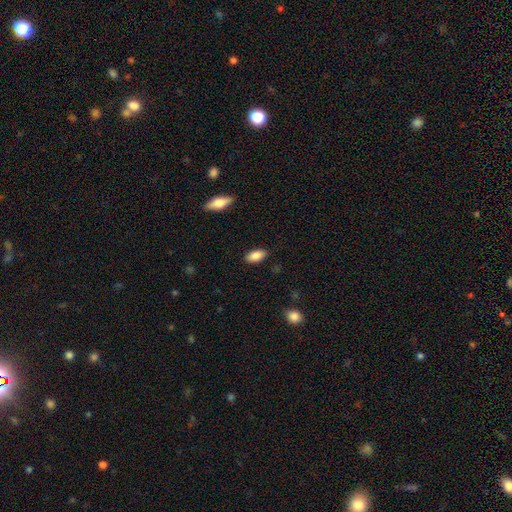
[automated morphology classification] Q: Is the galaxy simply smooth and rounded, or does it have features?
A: smooth — 87%.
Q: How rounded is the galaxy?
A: in between — 91%.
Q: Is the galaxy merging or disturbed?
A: none — 87%.